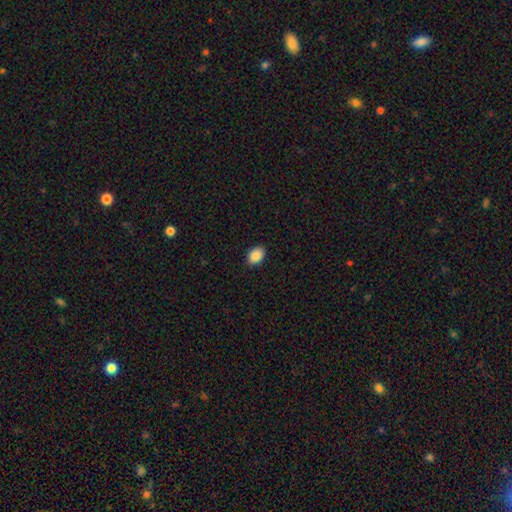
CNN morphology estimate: Smooth or featured? smooth (89%)
How rounded? in between (78%)
Merging? none (89%)